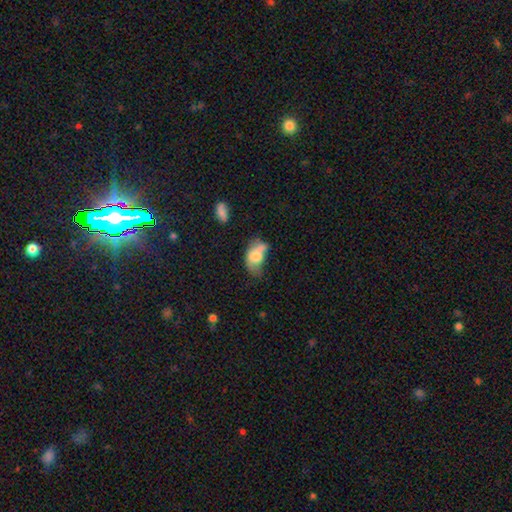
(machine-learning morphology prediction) smooth_or_featured: smooth (p=0.67) [alt: featured or disk p=0.24]
how_rounded: in between (p=0.86) [alt: round p=0.12]
merging: merger (p=0.31) [alt: minor disturbance p=0.26]